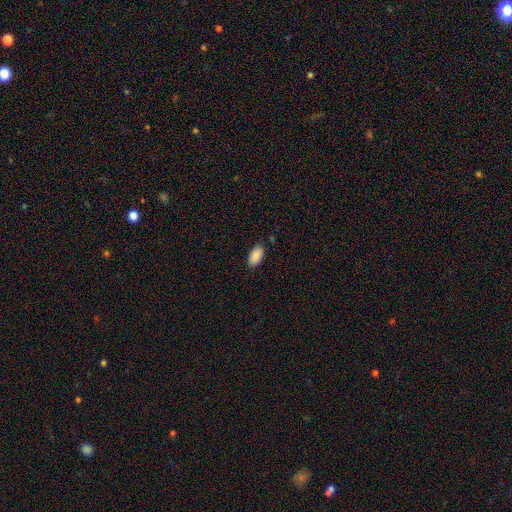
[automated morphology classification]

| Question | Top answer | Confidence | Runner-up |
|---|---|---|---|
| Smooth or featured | smooth | 89% | star or artifact (7%) |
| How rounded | in between | 95% | round (3%) |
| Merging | none | 86% | minor disturbance (10%) |